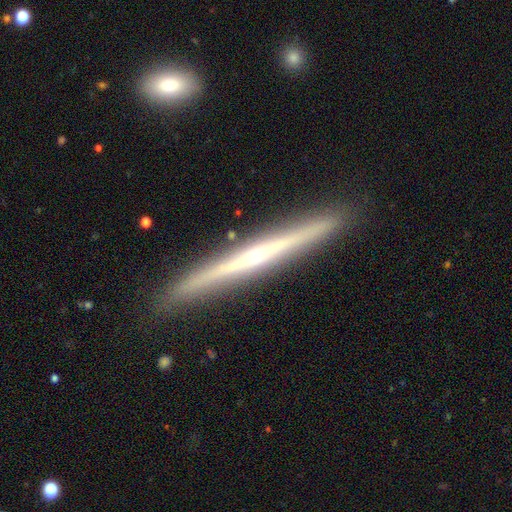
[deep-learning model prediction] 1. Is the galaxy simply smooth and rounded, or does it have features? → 80% featured or disk, 14% smooth, 5% star or artifact.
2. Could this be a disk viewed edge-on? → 98% yes, 2% no.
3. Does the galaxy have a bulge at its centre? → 69% rounded, 28% none, 4% boxy.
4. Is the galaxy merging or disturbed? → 91% none, 7% minor disturbance, 1% merger, 1% major disturbance.